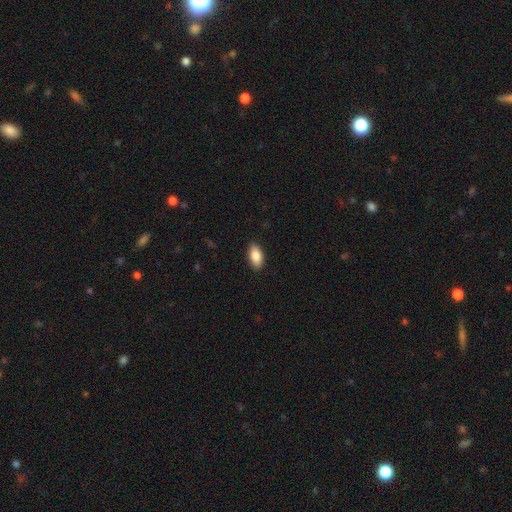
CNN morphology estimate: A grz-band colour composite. It shows a smooth galaxy with no disk features (87%) that is in between round and cigar-shaped (91%). Merging: none (88%).